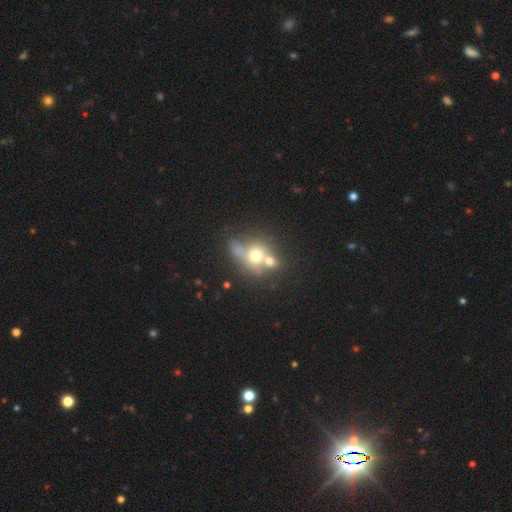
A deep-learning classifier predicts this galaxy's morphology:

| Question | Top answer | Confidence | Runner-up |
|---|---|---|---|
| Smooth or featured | smooth | 59% | featured or disk (27%) |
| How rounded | round | 66% | in between (32%) |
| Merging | merger | 57% | none (27%) |